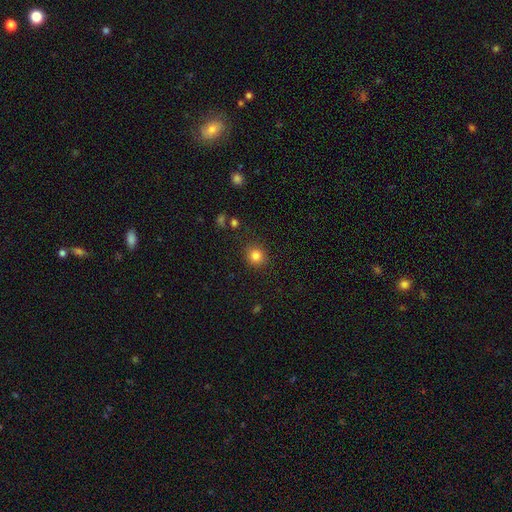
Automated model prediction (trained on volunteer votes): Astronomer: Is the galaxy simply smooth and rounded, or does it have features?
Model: smooth — 83%.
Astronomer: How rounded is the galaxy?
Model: round — 88%.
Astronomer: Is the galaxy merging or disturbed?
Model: none — 88%.